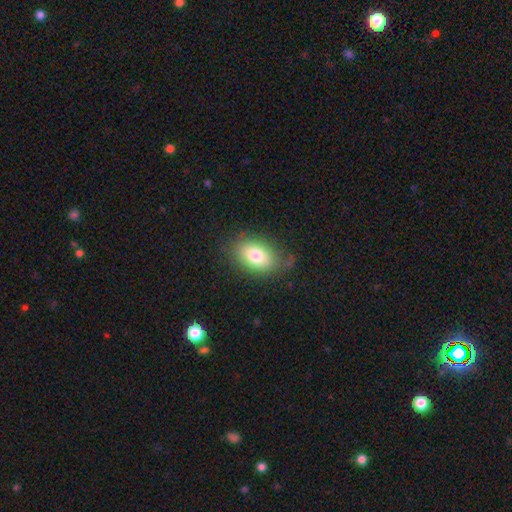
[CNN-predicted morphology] A smooth galaxy with no disk features (78%) that is in between round and cigar-shaped (85%). Merging: none (78%).